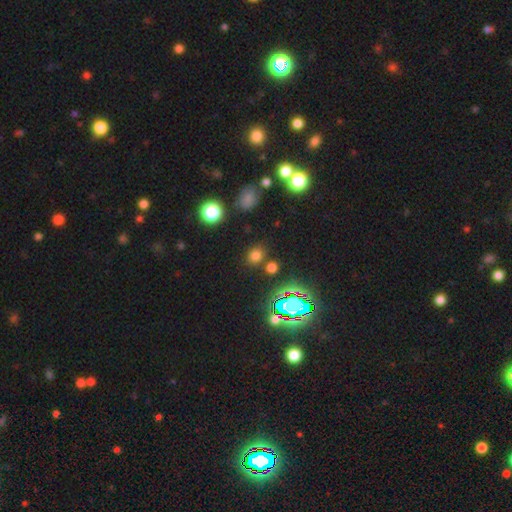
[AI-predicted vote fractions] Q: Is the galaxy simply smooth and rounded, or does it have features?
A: smooth — 67%.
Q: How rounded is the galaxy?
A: round — 72%.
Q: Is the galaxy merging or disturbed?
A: none — 81%.